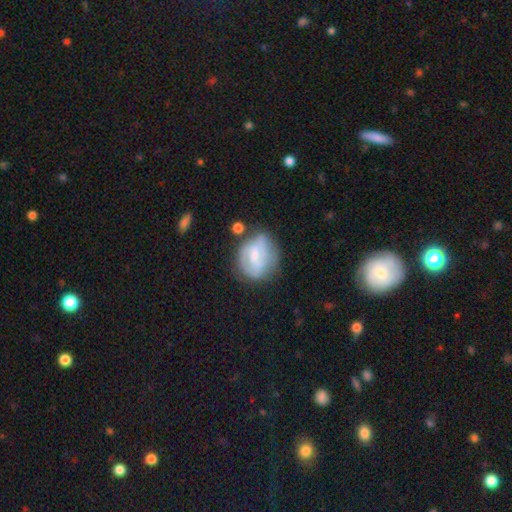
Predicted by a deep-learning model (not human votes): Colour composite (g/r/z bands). It shows a featured or disk galaxy (55%) with no bar (44%), spiral arms (62%) and a small central bulge (59%). Merging: none (51%).